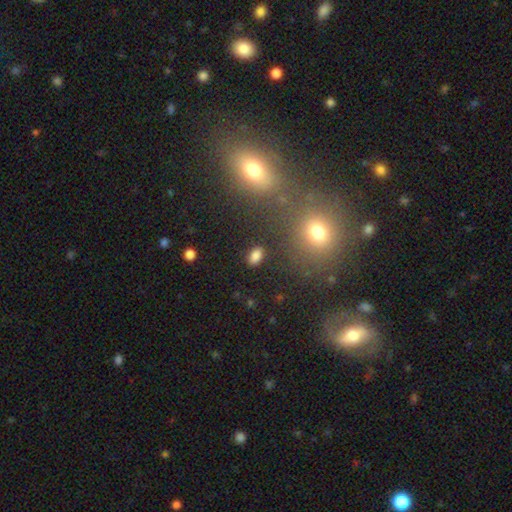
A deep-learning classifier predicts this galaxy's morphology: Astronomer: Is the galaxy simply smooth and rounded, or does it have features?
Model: smooth — 83%.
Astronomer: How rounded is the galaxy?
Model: in between — 87%.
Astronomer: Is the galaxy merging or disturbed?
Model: none — 86%.